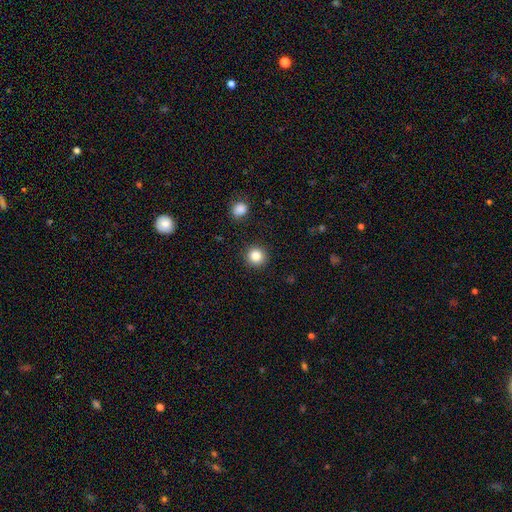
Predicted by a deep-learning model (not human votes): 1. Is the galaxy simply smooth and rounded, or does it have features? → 85% smooth, 11% star or artifact, 5% featured or disk.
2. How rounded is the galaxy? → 94% round, 5% in between, 1% cigar-shaped.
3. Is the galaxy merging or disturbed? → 91% none, 5% minor disturbance, 2% major disturbance, 1% merger.